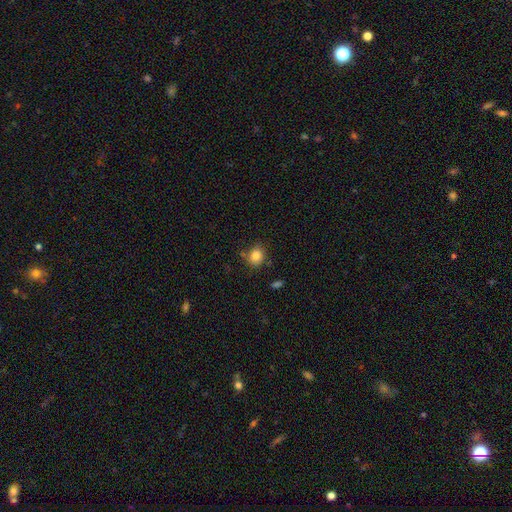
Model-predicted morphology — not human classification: Overall: smooth (83%). How rounded: round (74%). Merging: none (73%).